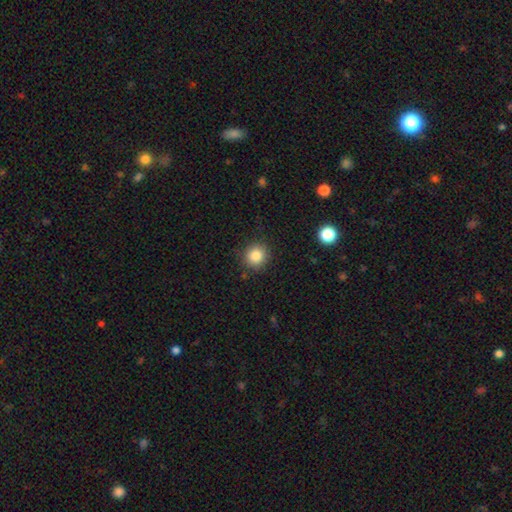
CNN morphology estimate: A smooth galaxy with no disk features (84%) that is round (89%). Merging: none (88%).